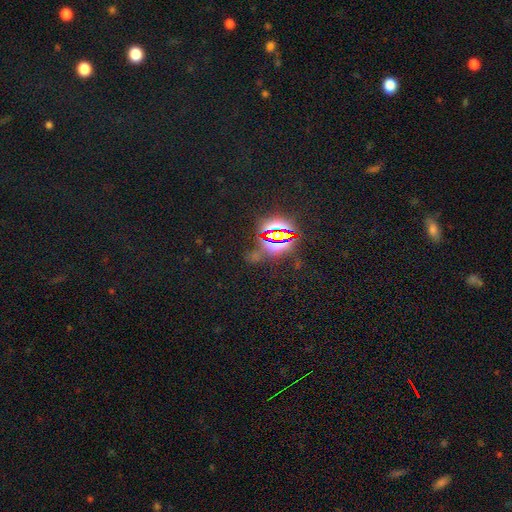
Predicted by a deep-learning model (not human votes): Smooth or featured?
  - star or artifact: 79% *
  - smooth: 13%
  - featured or disk: 8%